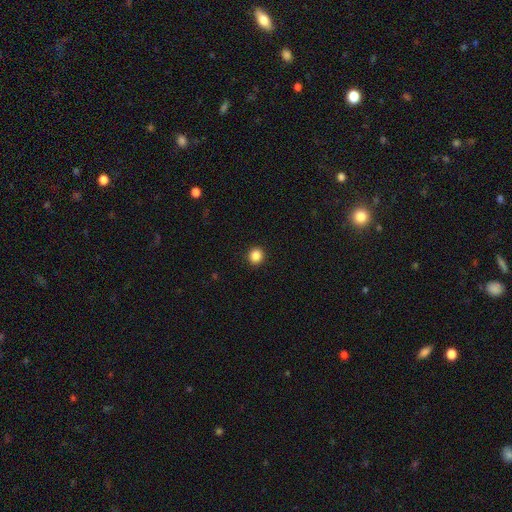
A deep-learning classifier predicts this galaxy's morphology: type=smooth (86%); roundness=round (89%); merging=none (93%).